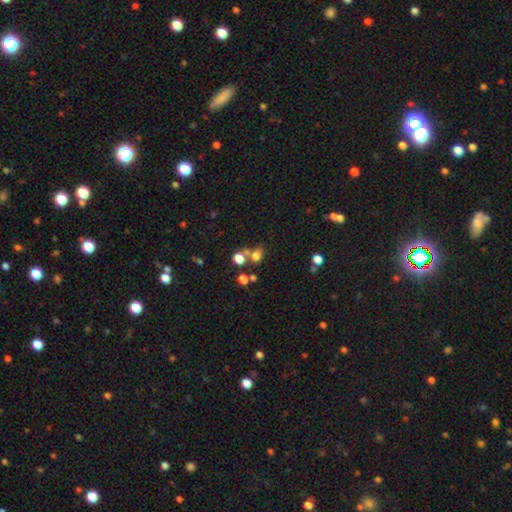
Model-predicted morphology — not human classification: Q: Smooth or featured?
A: smooth (71%); runner-up: star or artifact (19%)
Q: How rounded?
A: in between (50%); runner-up: round (49%)
Q: Merging?
A: none (55%); runner-up: merger (28%)